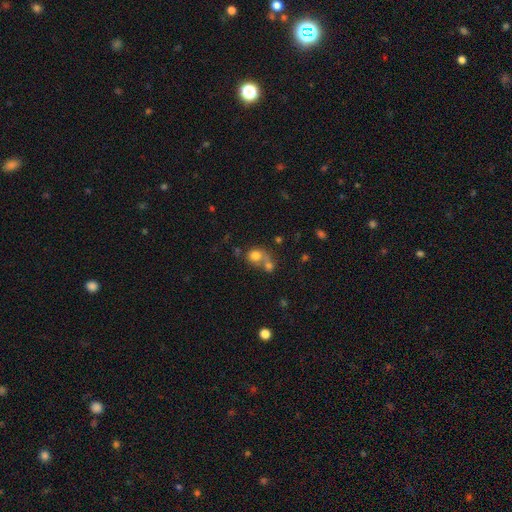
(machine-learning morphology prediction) Smooth or featured? smooth (74%)
How rounded? round (73%)
Merging? merger (57%)